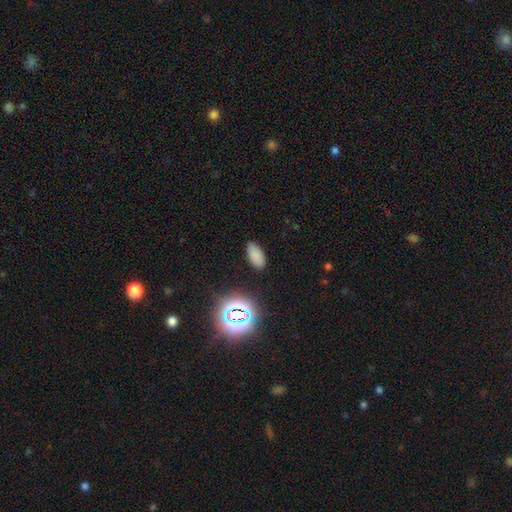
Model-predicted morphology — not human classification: A smooth galaxy with no disk features (79%) that is in between round and cigar-shaped (92%).

Vote fractions:
- Smooth or featured? smooth: 79% / star or artifact: 16% / featured or disk: 6%
- How rounded? in between: 92% / cigar-shaped: 5% / round: 3%
- Merging? none: 87% / minor disturbance: 9% / major disturbance: 3% / merger: 1%